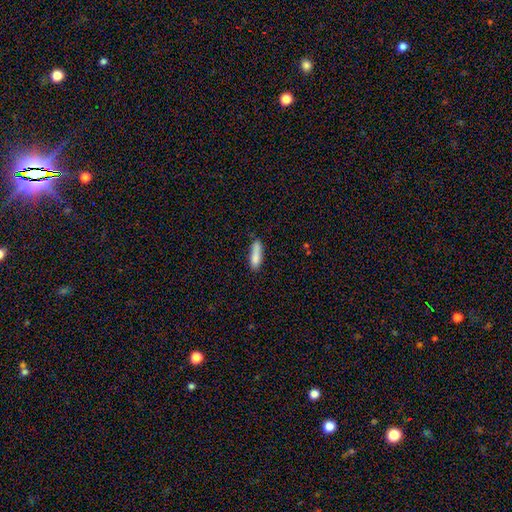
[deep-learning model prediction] Overall: smooth (84%). How rounded: cigar-shaped (61%; in between 37%). Merging: none (68%).